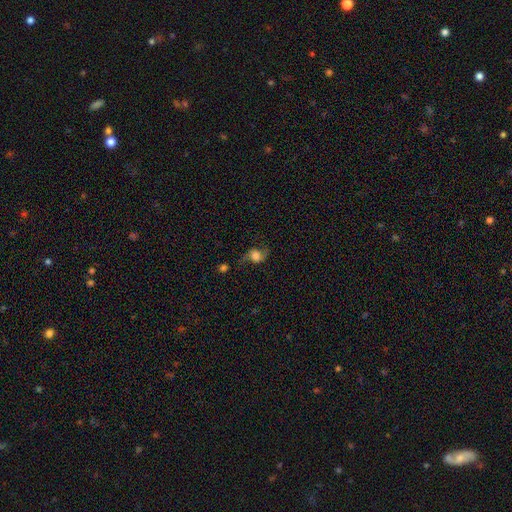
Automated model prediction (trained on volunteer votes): The model was most divided on "smooth or featured": featured or disk: 51%, smooth: 36%, star or artifact: 12%. More confident: edge-on disk — no (93%); merging — none (56%).